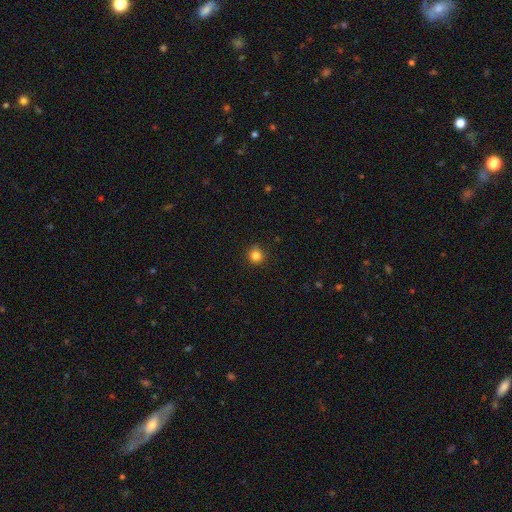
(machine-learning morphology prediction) Smooth or featured? Predicted: smooth (p=0.83). How rounded? Predicted: round (p=0.94). Merging? Predicted: none (p=0.89).